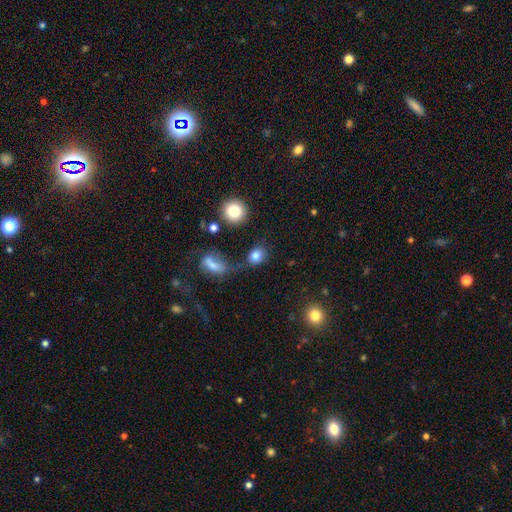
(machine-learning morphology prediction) Q: Smooth or featured?
A: smooth (81%); runner-up: star or artifact (12%)
Q: How rounded?
A: round (53%); runner-up: in between (45%)
Q: Merging?
A: none (63%); runner-up: minor disturbance (16%)